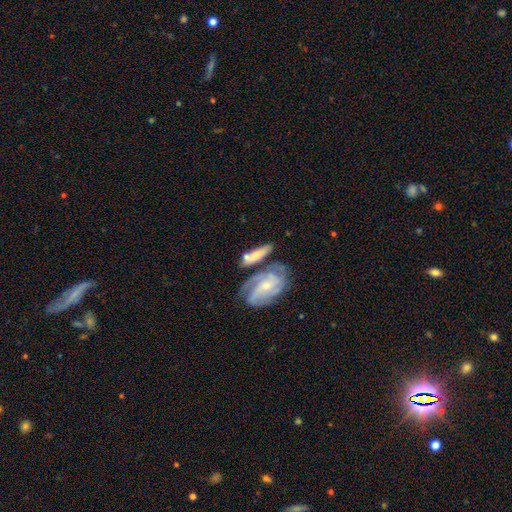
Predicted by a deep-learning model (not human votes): Morphology: type=featured or disk (56%); edge-on=no (82%); merging=none (43%).